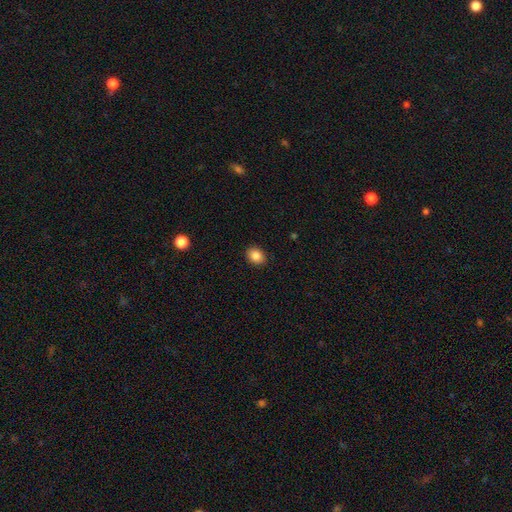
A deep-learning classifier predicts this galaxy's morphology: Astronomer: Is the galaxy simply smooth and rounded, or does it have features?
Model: smooth — 86%.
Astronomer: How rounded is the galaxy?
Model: in between — 51% (runner-up: round, 48%).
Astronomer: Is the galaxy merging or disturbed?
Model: none — 90%.